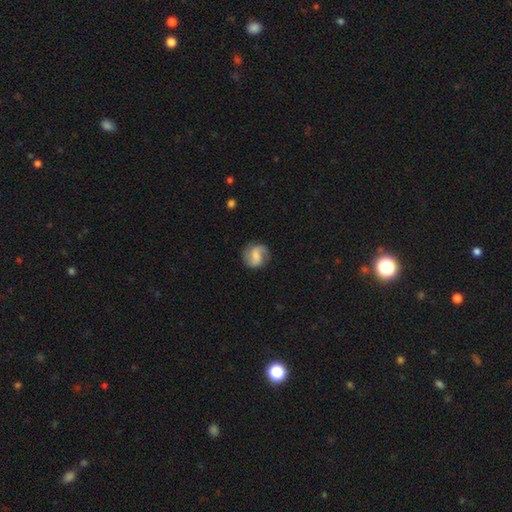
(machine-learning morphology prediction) smooth-or-featured: featured or disk: 60% | smooth: 33% | star or artifact: 7%
  disk-edge-on: no: 98% | yes: 2%
    bar: weak: 48% | no: 33% | strong: 19%
    has-spiral-arms: yes: 92% | no: 8%
      spiral-winding: medium: 44% | loose: 35% | tight: 21%
      spiral-arm-count: 2: 80% | 1: 10% | can't tell: 6% | 3: 2% | 4: 1% | more than 4: 1%
    bulge-size: none: 32% | small: 29% | moderate: 27% | large: 10% | dominant: 2%
  merging: none: 77% | minor disturbance: 15% | major disturbance: 7% | merger: 1%